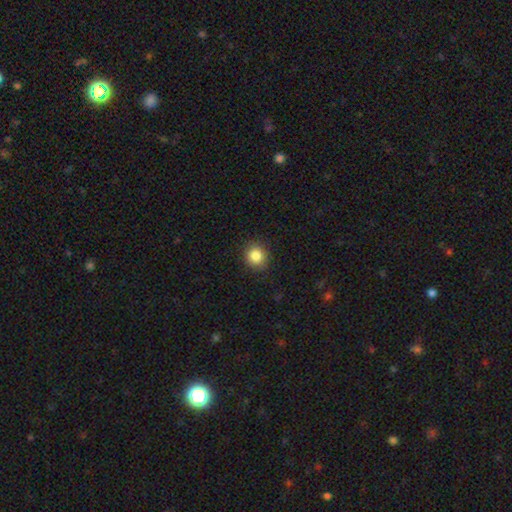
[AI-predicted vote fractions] Morphology: type=smooth (85%); roundness=round (82%); merging=none (87%).